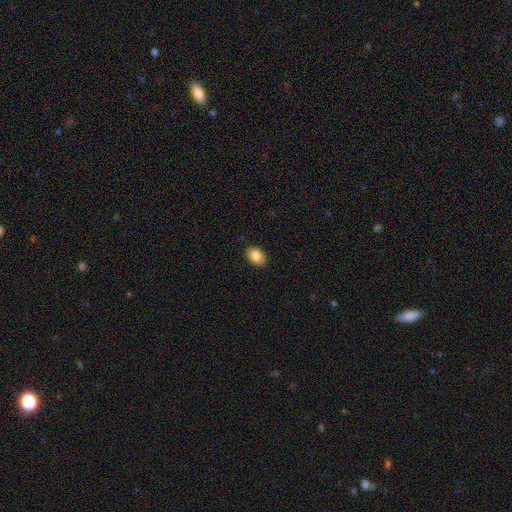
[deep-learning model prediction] Smooth or featured: smooth — 85% (star or artifact — 8%)
How rounded: in between — 79% (round — 20%)
Merging: none — 89% (minor disturbance — 8%)